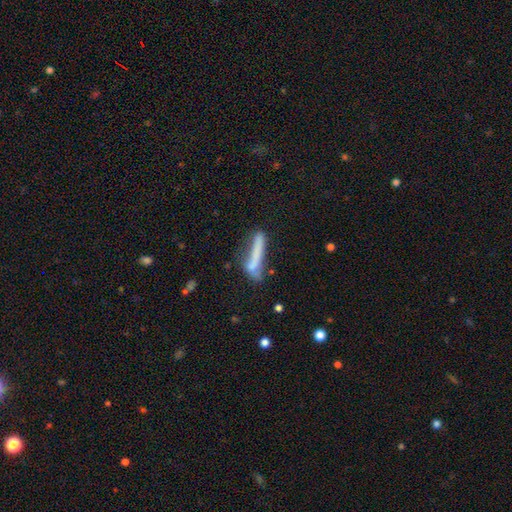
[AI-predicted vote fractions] This is likely a smooth galaxy (61%). How rounded: clearly cigar-shaped (90%). Merging: possibly none (50%).